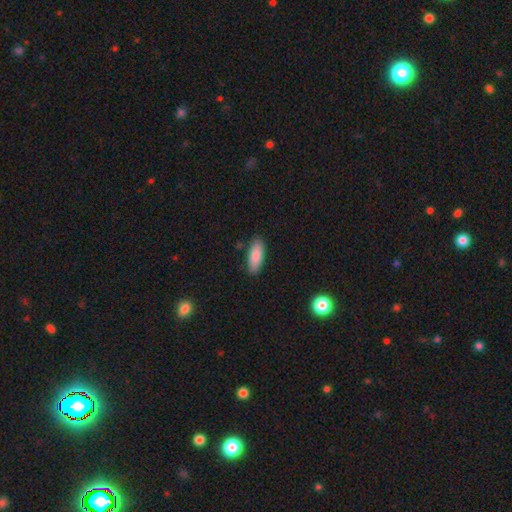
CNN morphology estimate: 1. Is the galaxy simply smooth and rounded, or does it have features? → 86% smooth, 8% featured or disk, 6% star or artifact.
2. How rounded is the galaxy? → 72% in between, 26% cigar-shaped, 2% round.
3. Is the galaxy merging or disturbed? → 86% none, 10% minor disturbance, 2% major disturbance, 2% merger.